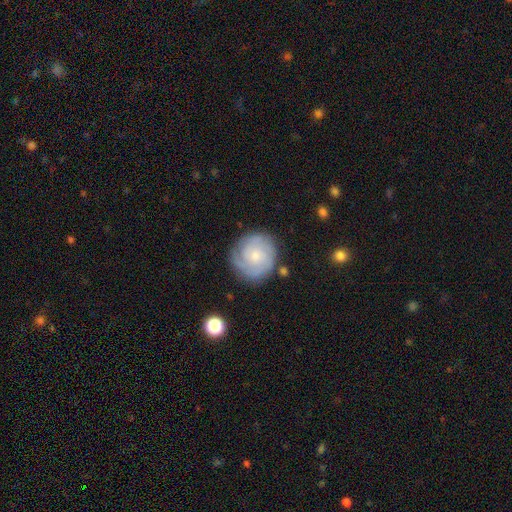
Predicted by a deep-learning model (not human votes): Overall: featured or disk (68%). Edge-on disk: no (98%). Bar: no (75%). Spiral arms: yes (92%). Spiral arm count: can't tell (34%; 3 26%). Spiral winding: tight (67%; medium 27%). Bulge size: small (63%; moderate 30%). Merging: none (78%).